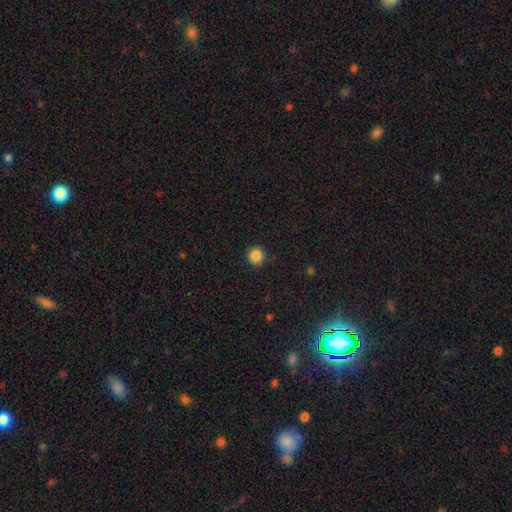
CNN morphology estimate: smooth 86%, star or artifact 10%, featured or disk 3%. Down the decision tree: how rounded — round (92%); merging — none (87%).